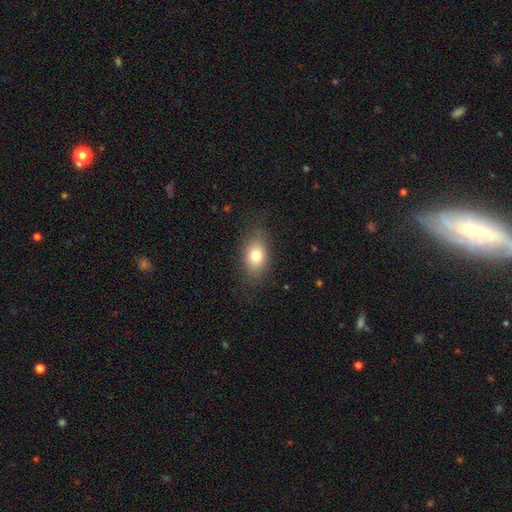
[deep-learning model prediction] The model was most divided on "smooth or featured": smooth: 77%, featured or disk: 13%, star or artifact: 9%. More confident: how rounded — in between (82%); merging — none (80%).